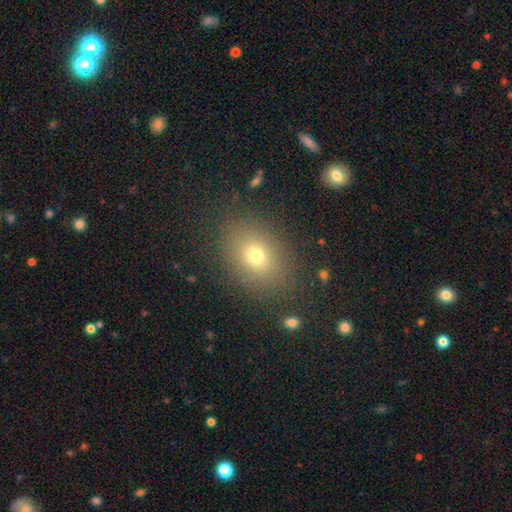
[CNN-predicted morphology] Smooth or featured?
  - smooth: 72% *
  - star or artifact: 15%
  - featured or disk: 13%
How rounded?
  - in between: 68% *
  - round: 31%
  - cigar-shaped: 1%
Merging?
  - none: 85% *
  - minor disturbance: 9%
  - major disturbance: 4%
  - merger: 2%